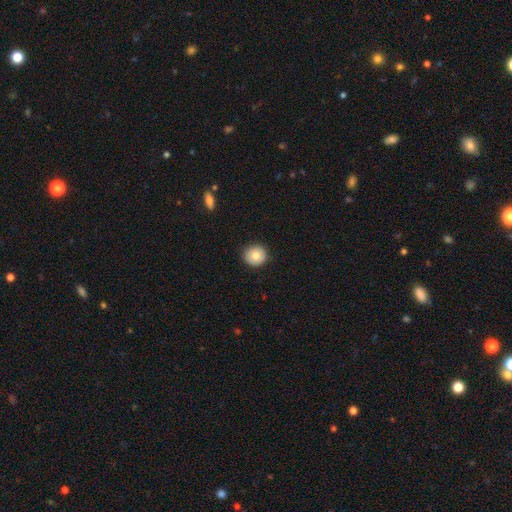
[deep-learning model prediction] A smooth galaxy with no disk features (84%) that is round (90%).

Vote fractions:
- Smooth or featured? smooth: 84% / featured or disk: 8% / star or artifact: 8%
- How rounded? round: 90% / in between: 9% / cigar-shaped: 1%
- Merging? none: 89% / minor disturbance: 8% / major disturbance: 2% / merger: 1%